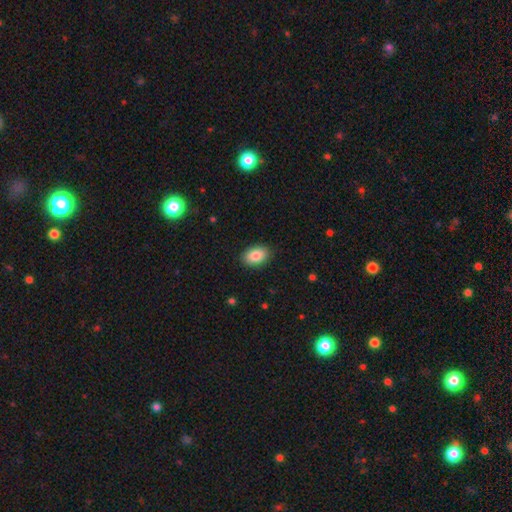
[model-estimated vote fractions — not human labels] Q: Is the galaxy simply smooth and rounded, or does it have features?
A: smooth — 86%.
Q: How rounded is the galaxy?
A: in between — 86%.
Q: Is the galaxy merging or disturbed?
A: none — 88%.